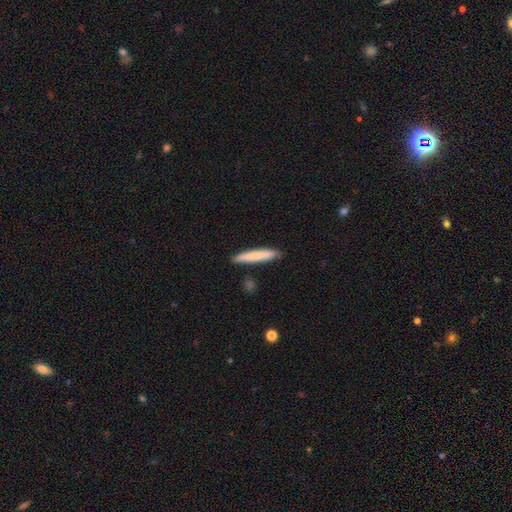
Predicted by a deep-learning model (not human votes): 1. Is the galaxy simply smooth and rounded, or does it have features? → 78% smooth, 17% featured or disk, 6% star or artifact.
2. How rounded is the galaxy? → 94% cigar-shaped, 4% in between, 1% round.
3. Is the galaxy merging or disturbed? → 88% none, 8% minor disturbance, 2% merger, 2% major disturbance.